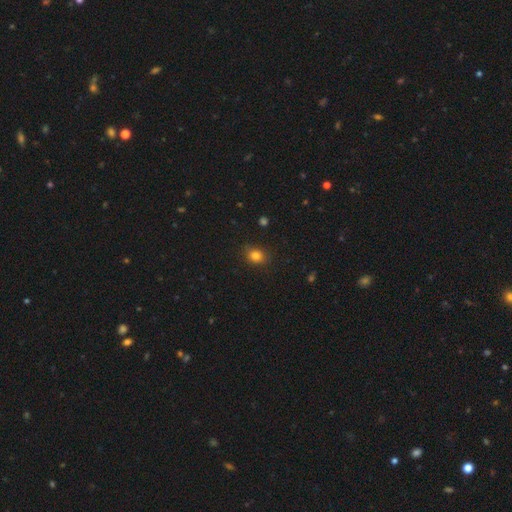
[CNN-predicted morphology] Smooth or featured: smooth — 83% (star or artifact — 12%)
How rounded: round — 54% (in between — 45%)
Merging: none — 85% (minor disturbance — 12%)